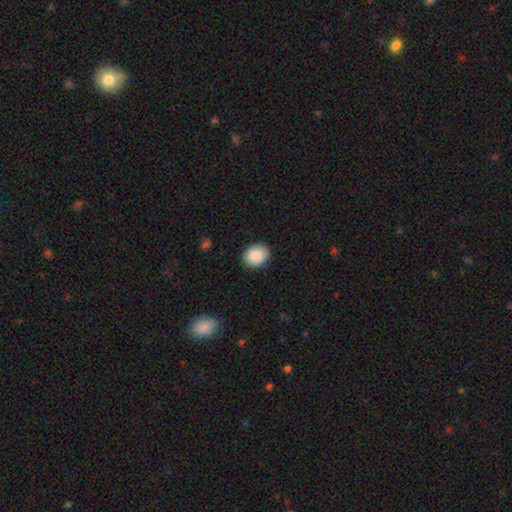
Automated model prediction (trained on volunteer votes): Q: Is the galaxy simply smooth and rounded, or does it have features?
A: smooth — 89%.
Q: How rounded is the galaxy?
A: round — 55%.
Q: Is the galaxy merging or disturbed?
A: none — 89%.